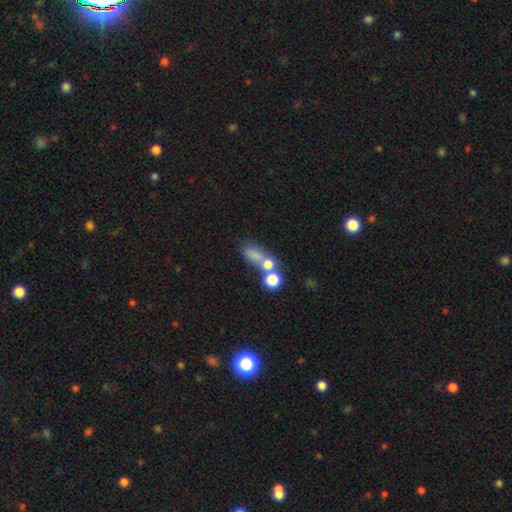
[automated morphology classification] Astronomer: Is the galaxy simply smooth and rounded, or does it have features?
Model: smooth — 67%.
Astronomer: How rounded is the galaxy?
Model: in between — 57% (runner-up: round, 35%).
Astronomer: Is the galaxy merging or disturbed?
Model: merger — 40% (runner-up: none, 38%).